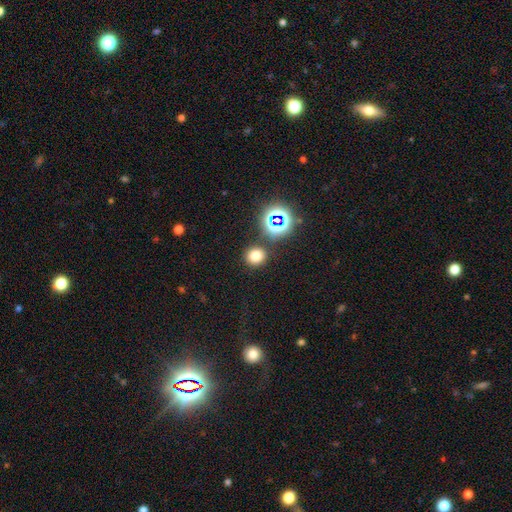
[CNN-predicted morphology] smooth-or-featured: smooth: 72% | star or artifact: 21% | featured or disk: 7%
  how-rounded: round: 87% | in between: 12% | cigar-shaped: 1%
  merging: none: 85% | minor disturbance: 7% | merger: 5% | major disturbance: 3%